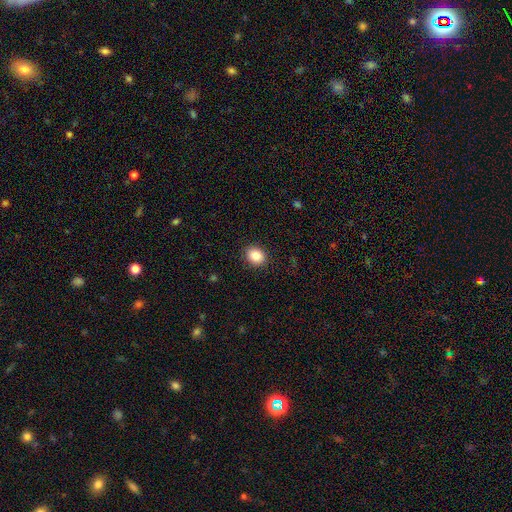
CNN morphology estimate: Smooth or featured? Predicted: smooth (p=0.86). How rounded? Predicted: round (p=0.55). Merging? Predicted: none (p=0.90).